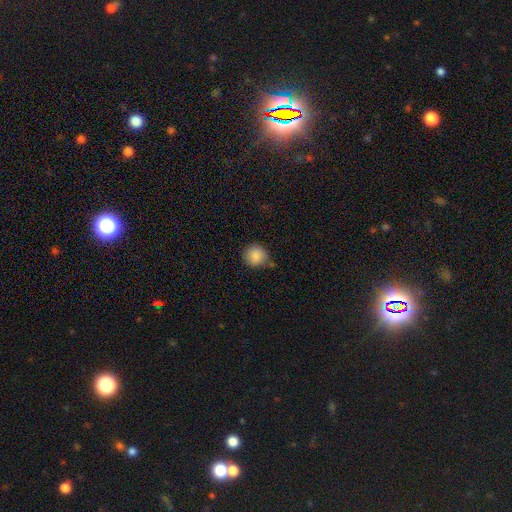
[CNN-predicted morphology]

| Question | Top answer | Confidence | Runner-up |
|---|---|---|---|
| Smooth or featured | smooth | 88% | star or artifact (8%) |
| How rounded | round | 91% | in between (8%) |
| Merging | none | 73% | minor disturbance (17%) |